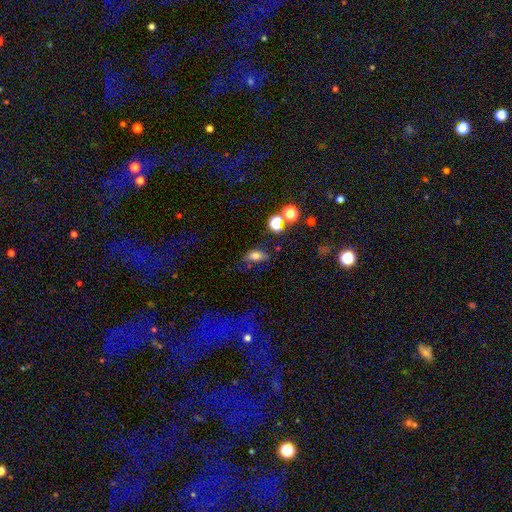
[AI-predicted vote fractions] smooth_or_featured: smooth (p=0.71) [alt: star or artifact p=0.17]
how_rounded: in between (p=0.72) [alt: round p=0.21]
merging: none (p=0.66) [alt: minor disturbance p=0.19]